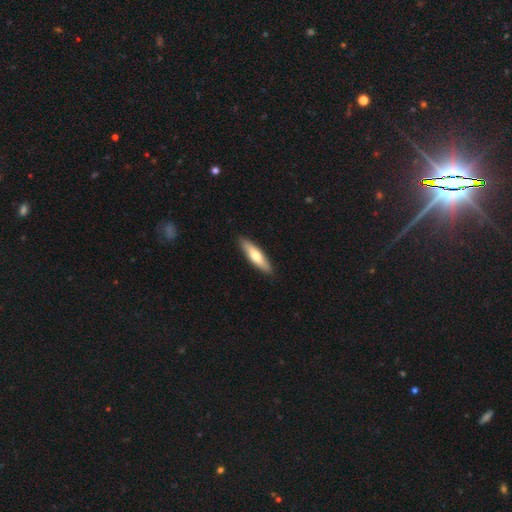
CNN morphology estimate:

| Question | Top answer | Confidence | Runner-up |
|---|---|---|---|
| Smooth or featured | smooth | 63% | featured or disk (32%) |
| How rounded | cigar-shaped | 71% | in between (27%) |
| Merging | none | 90% | minor disturbance (8%) |